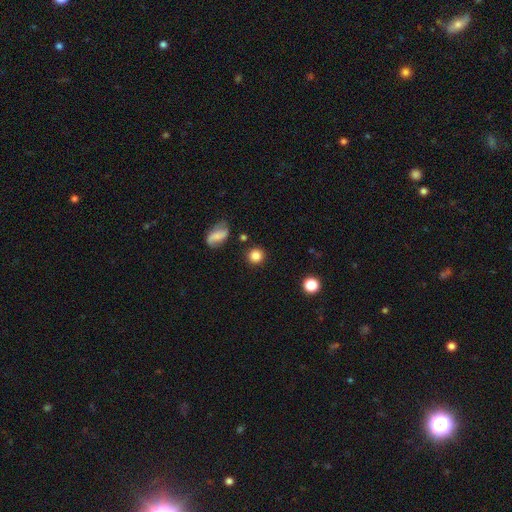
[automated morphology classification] Smooth or featured?
  - smooth: 84% *
  - star or artifact: 10%
  - featured or disk: 5%
How rounded?
  - round: 91% *
  - in between: 7%
  - cigar-shaped: 1%
Merging?
  - none: 87% *
  - minor disturbance: 8%
  - merger: 3%
  - major disturbance: 3%